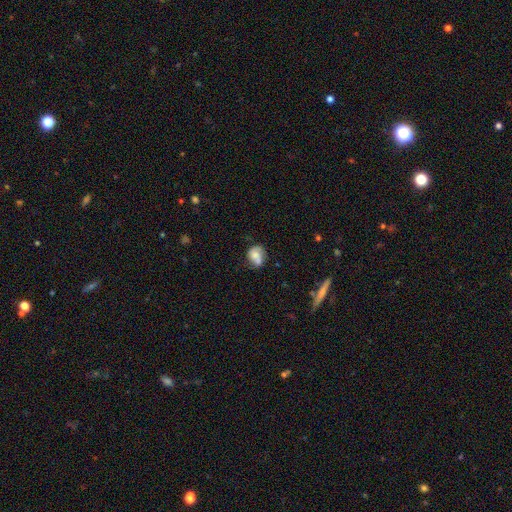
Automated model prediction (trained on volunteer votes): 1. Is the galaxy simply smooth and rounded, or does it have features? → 46% smooth, 44% featured or disk, 9% star or artifact.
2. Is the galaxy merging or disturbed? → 51% none, 28% minor disturbance, 15% major disturbance, 6% merger.